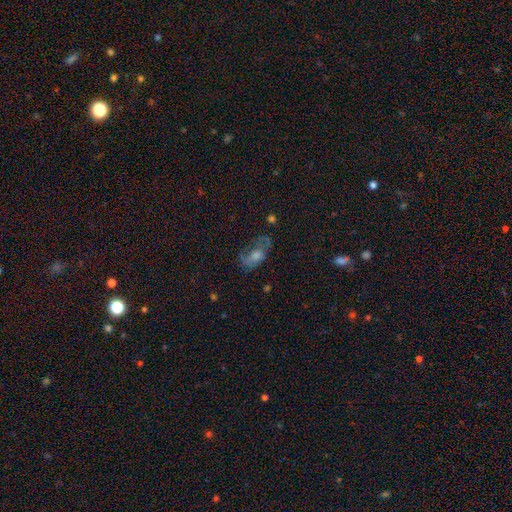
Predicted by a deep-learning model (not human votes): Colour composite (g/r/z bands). It shows a featured or disk galaxy (48%). Merging: none (54%).